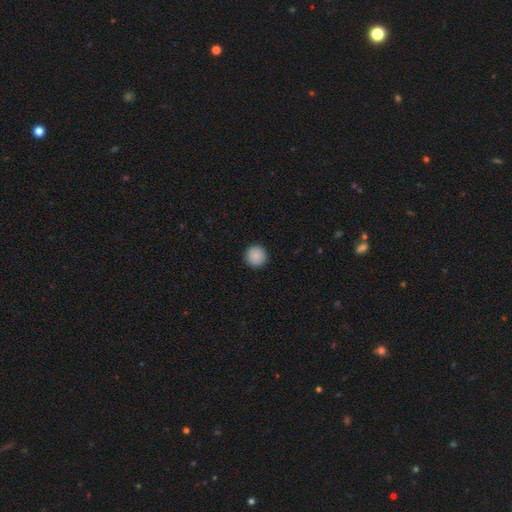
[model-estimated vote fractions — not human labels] A smooth galaxy with no disk features (89%) that is round (96%). Merging: none (93%).